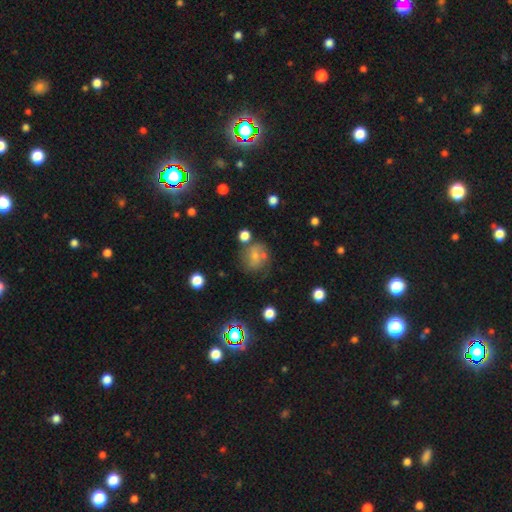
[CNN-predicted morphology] smooth_or_featured: smooth (p=0.61) [alt: featured or disk p=0.24]
how_rounded: round (p=0.73) [alt: in between p=0.25]
merging: none (p=0.56) [alt: minor disturbance p=0.20]